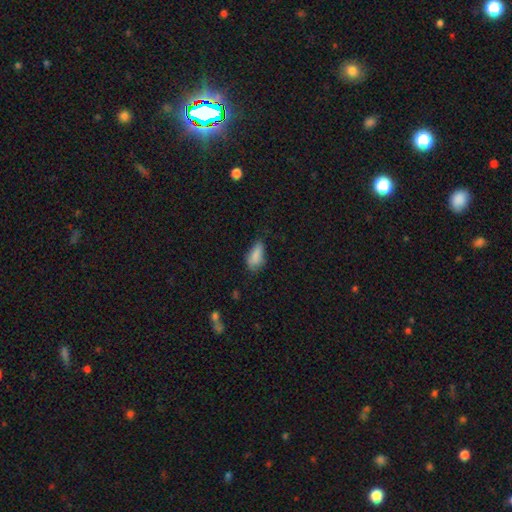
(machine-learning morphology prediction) Smooth or featured? smooth (84%)
How rounded? in between (85%)
Merging? none (57%)